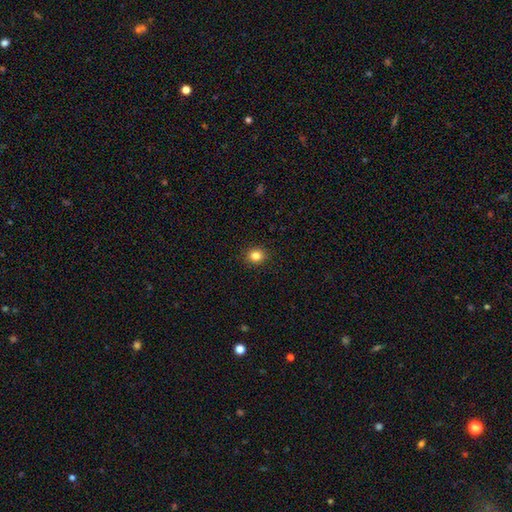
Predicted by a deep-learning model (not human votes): This is clearly a smooth galaxy (84%). How rounded: likely round (80%). Merging: clearly none (91%).